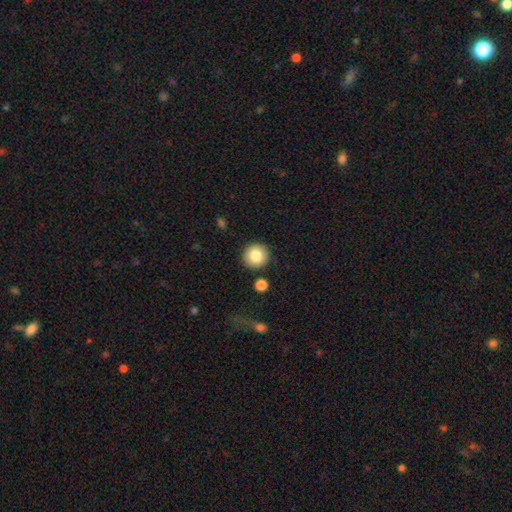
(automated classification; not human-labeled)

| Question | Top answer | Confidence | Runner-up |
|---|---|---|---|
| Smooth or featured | smooth | 84% | star or artifact (9%) |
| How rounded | round | 94% | in between (5%) |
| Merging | none | 89% | minor disturbance (6%) |